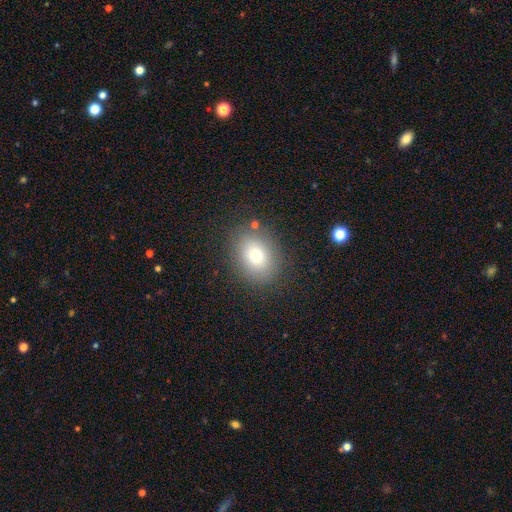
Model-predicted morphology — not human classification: Smooth or featured?
  - smooth: 74% *
  - featured or disk: 13%
  - star or artifact: 13%
How rounded?
  - in between: 51% *
  - round: 48%
  - cigar-shaped: 1%
Merging?
  - none: 84% *
  - minor disturbance: 10%
  - major disturbance: 4%
  - merger: 2%